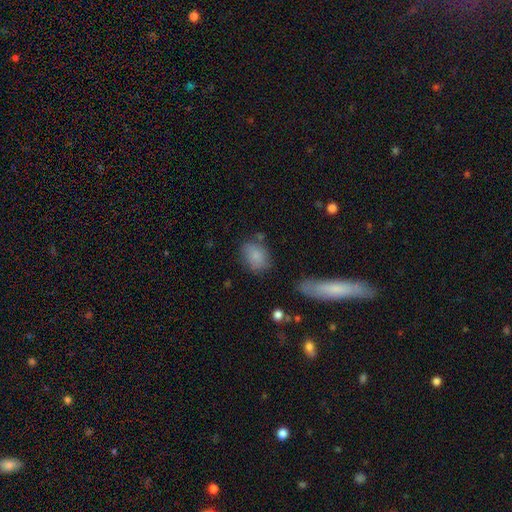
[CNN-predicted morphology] Smooth or featured? smooth (82%)
How rounded? in between (70%)
Merging? none (65%)